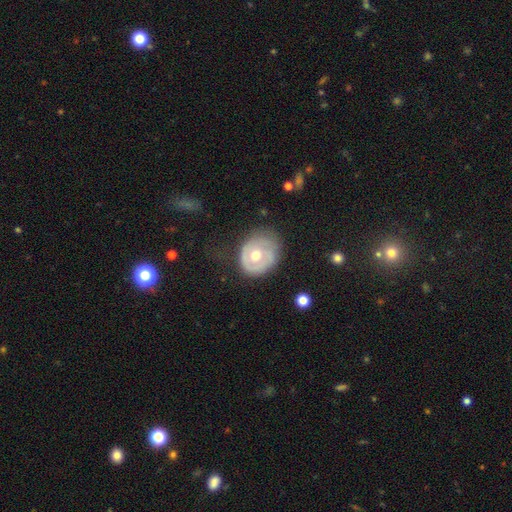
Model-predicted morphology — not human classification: smooth_or_featured: featured or disk (p=0.58) [alt: smooth p=0.36]
disk_edge_on: no (p=0.96) [alt: yes p=0.04]
bar: no (p=0.82) [alt: weak p=0.14]
has_spiral_arms: no (p=0.54) [alt: yes p=0.46]
bulge_size: moderate (p=0.77) [alt: small p=0.14]
merging: none (p=0.56) [alt: minor disturbance p=0.28]